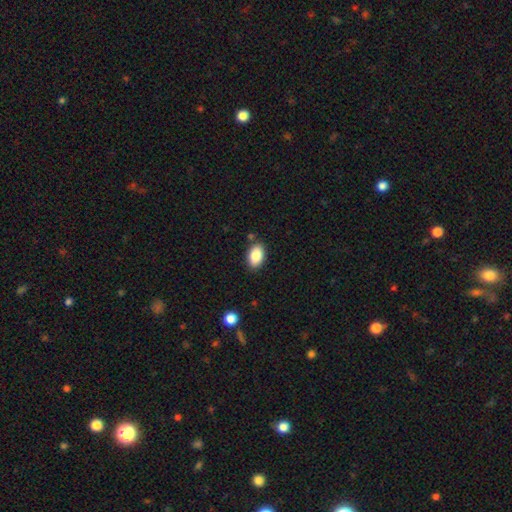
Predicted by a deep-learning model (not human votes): Smooth or featured: smooth — 87% (star or artifact — 7%)
How rounded: in between — 91% (round — 8%)
Merging: none — 85% (minor disturbance — 11%)